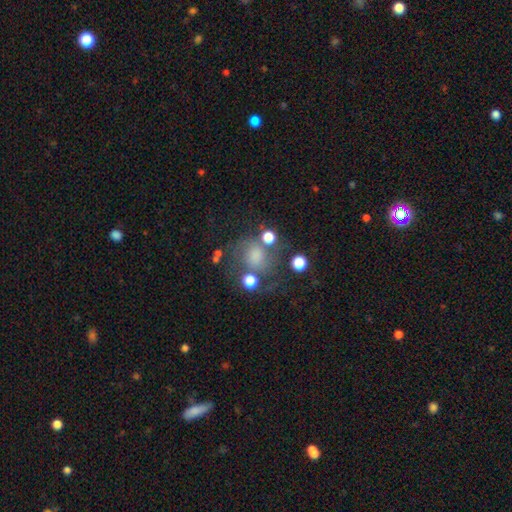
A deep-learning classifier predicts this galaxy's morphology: type=smooth (42%); merging=none (58%).